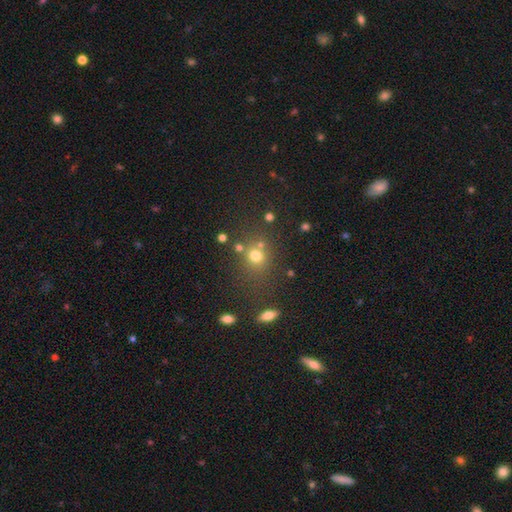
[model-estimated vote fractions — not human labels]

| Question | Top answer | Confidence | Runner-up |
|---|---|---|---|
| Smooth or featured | smooth | 70% | star or artifact (20%) |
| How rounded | round | 79% | in between (20%) |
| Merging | none | 65% | merger (17%) |